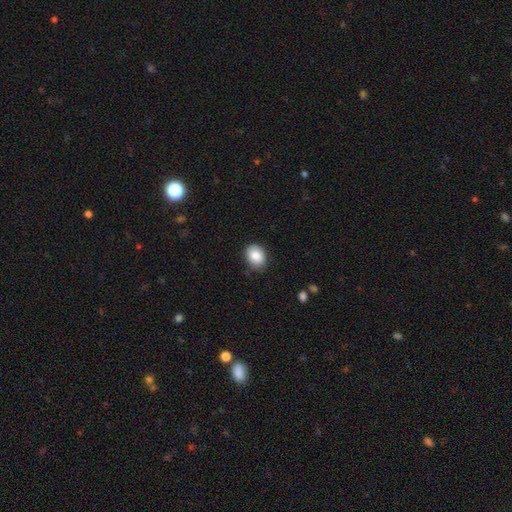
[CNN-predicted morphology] This is clearly a smooth galaxy (86%). How rounded: possibly in between (53%). Merging: clearly none (82%).